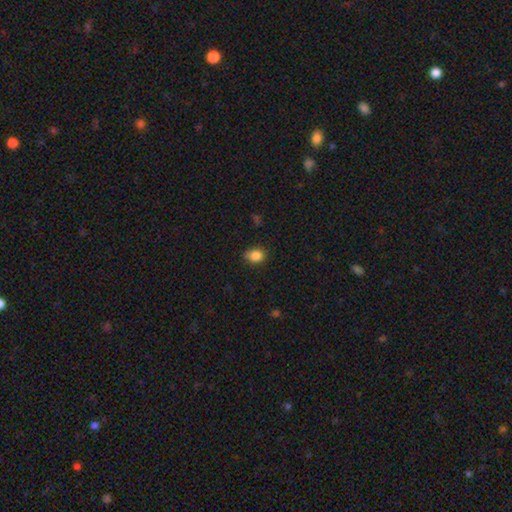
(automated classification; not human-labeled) smooth_or_featured: smooth (p=0.85) [alt: star or artifact p=0.10]
how_rounded: round (p=0.51) [alt: in between p=0.48]
merging: none (p=0.73) [alt: minor disturbance p=0.22]